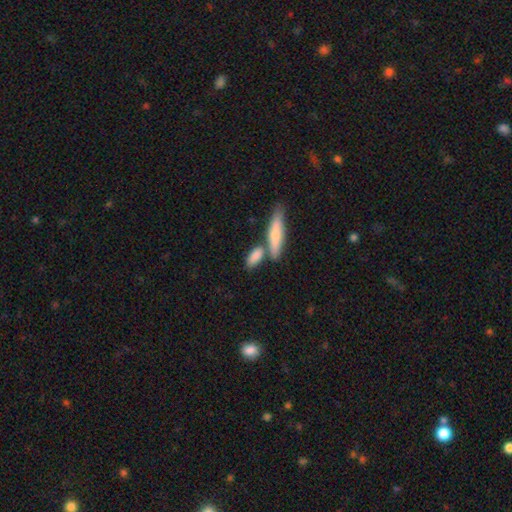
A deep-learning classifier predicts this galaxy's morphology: type=smooth (80%); roundness=in between (60%); merging=none (54%).